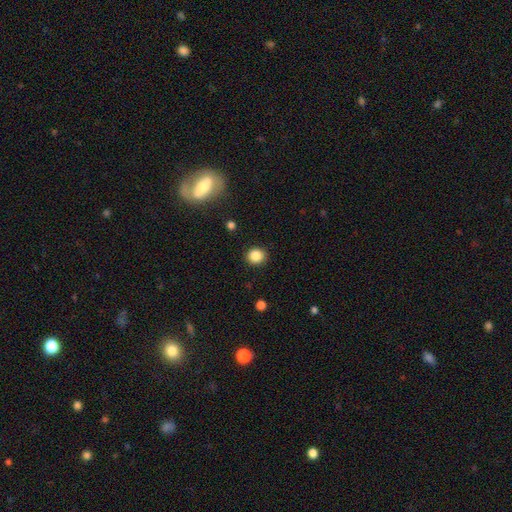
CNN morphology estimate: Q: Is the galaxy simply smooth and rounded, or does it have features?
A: smooth — 85%.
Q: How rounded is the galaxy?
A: round — 84%.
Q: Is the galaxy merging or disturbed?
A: none — 90%.